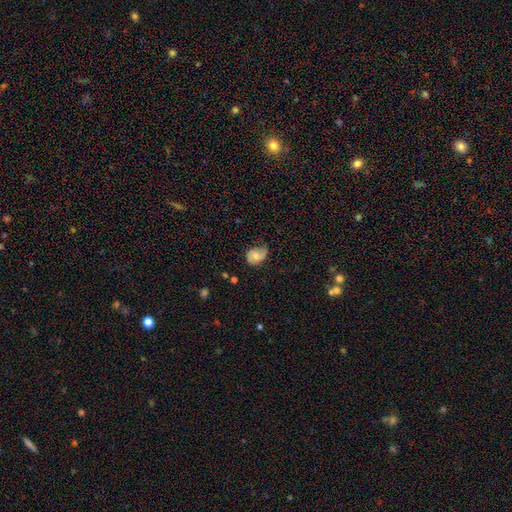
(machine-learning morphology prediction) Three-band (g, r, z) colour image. It shows a smooth galaxy with no disk features (52%) that is in between round and cigar-shaped (58%). Merging: none (45%).